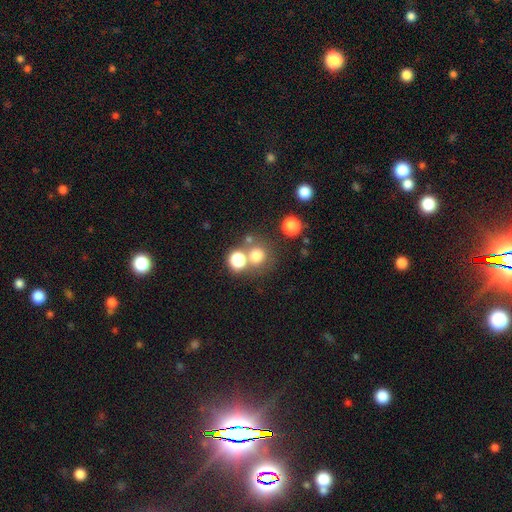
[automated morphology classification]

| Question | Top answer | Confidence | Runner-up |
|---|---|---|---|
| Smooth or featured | smooth | 72% | star or artifact (18%) |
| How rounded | round | 89% | in between (10%) |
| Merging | none | 63% | merger (25%) |